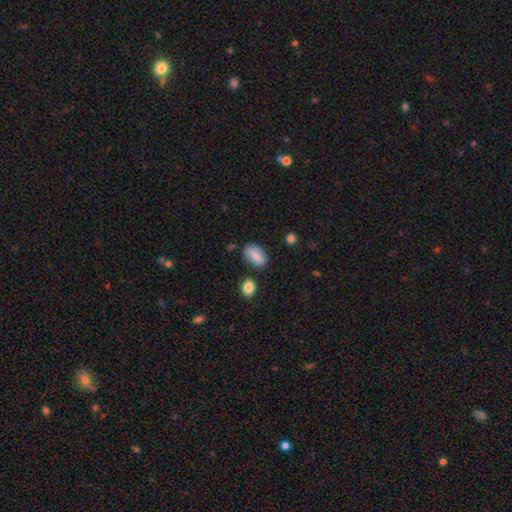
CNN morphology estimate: smooth-or-featured: smooth: 81% | featured or disk: 11% | star or artifact: 8%
  how-rounded: in between: 89% | round: 7% | cigar-shaped: 4%
  merging: none: 73% | minor disturbance: 18% | merger: 5% | major disturbance: 4%